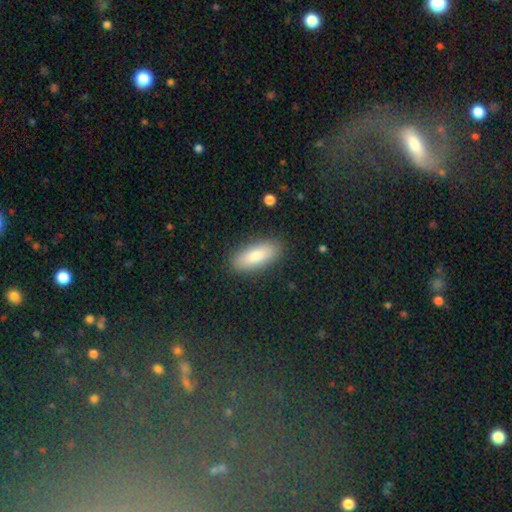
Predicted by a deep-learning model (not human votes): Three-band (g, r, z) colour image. It shows a smooth galaxy with no disk features (83%) that is in between round and cigar-shaped (74%). Merging: none (88%).